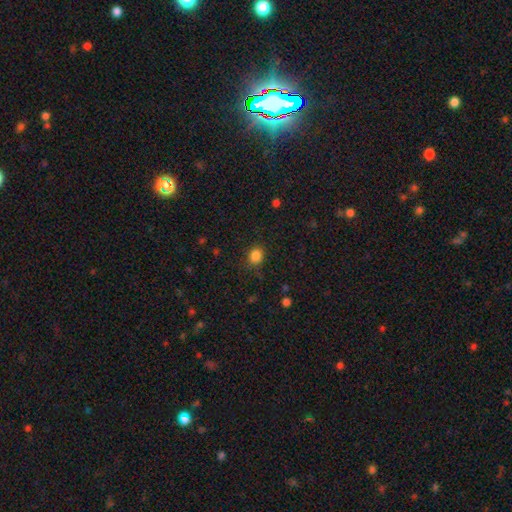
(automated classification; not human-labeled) smooth_or_featured: smooth (p=0.84) [alt: star or artifact p=0.12]
how_rounded: round (p=0.66) [alt: in between p=0.33]
merging: none (p=0.84) [alt: minor disturbance p=0.11]